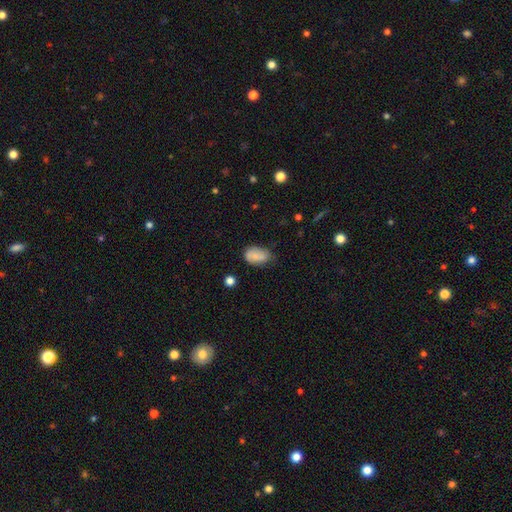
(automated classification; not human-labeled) This is likely a smooth galaxy (78%). How rounded: clearly in between (88%). Merging: possibly none (54%).